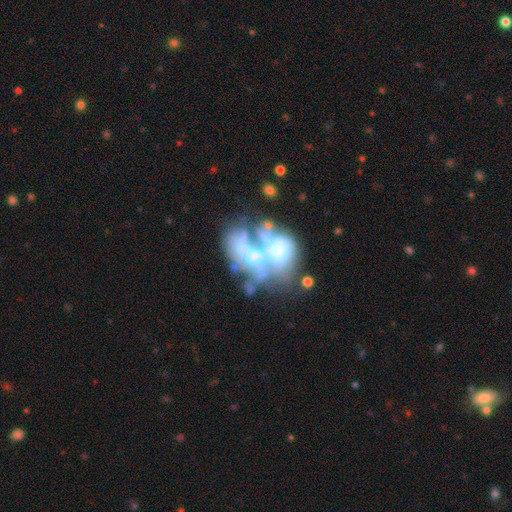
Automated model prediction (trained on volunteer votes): Q: Smooth or featured?
A: featured or disk (67%); runner-up: smooth (18%)
Q: Edge-on disk?
A: no (98%); runner-up: yes (2%)
Q: Bar?
A: no (88%); runner-up: weak (8%)
Q: Spiral arms?
A: no (88%); runner-up: yes (12%)
Q: Bulge size?
A: none (40%); runner-up: moderate (31%)
Q: Merging?
A: merger (50%); runner-up: major disturbance (24%)